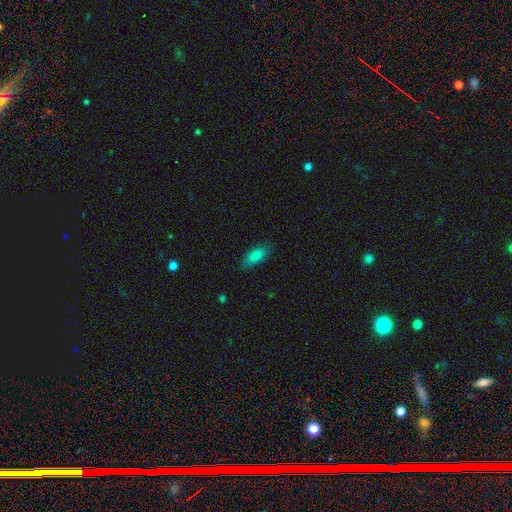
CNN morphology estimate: smooth_or_featured: smooth (p=0.81) [alt: featured or disk p=0.11]
how_rounded: in between (p=0.81) [alt: cigar-shaped p=0.17]
merging: none (p=0.84) [alt: minor disturbance p=0.13]